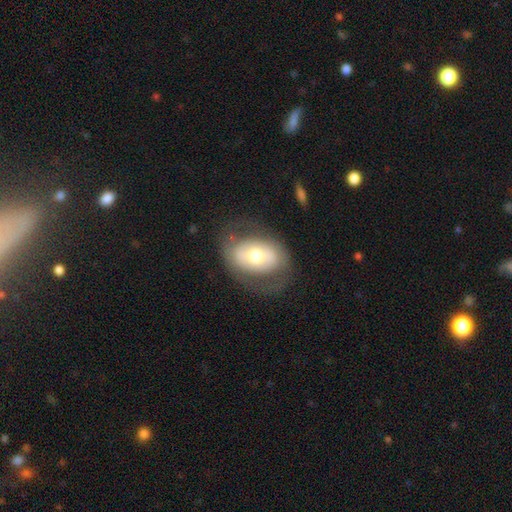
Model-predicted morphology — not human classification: Overall: featured or disk (50%; smooth 44%). Merging: none (70%).